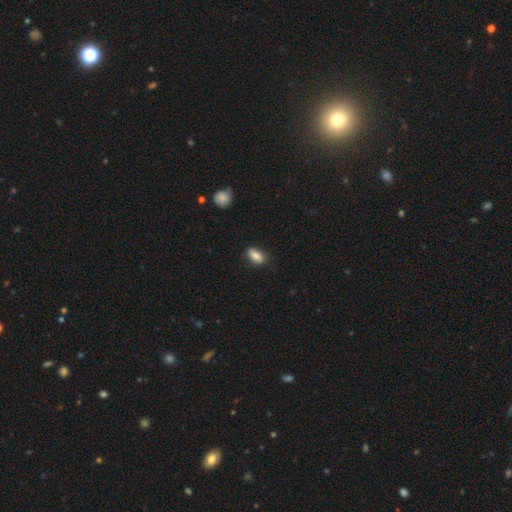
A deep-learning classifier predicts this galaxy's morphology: This is clearly a smooth galaxy (83%). How rounded: clearly in between (87%). Merging: clearly none (82%).